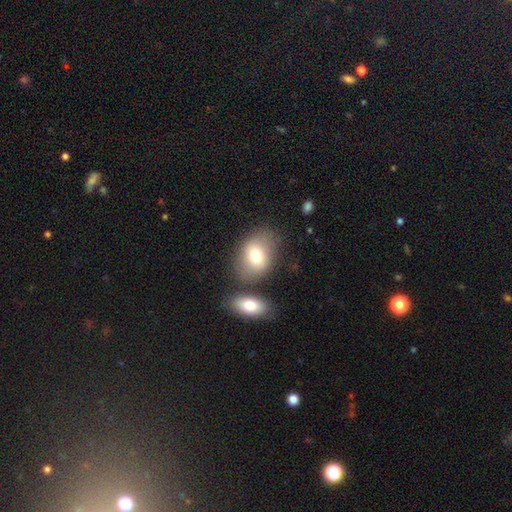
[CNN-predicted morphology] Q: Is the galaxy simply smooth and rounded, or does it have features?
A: smooth — 77%.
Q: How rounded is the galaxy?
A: in between — 80%.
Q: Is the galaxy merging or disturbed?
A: none — 60%.